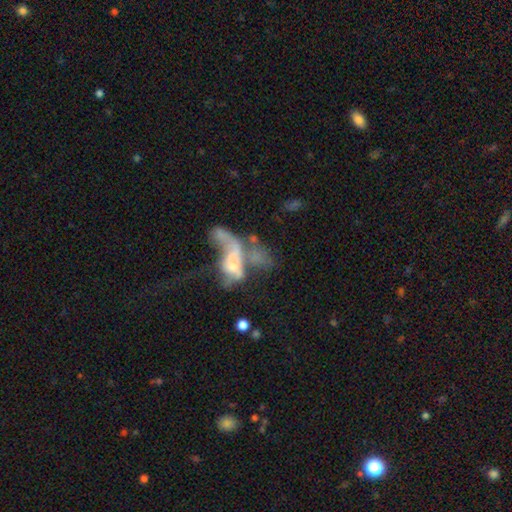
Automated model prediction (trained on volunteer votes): This is possibly a featured or disk galaxy (55%). It is clearly not viewed edge-on (88%). Merging: possibly merger (46%).